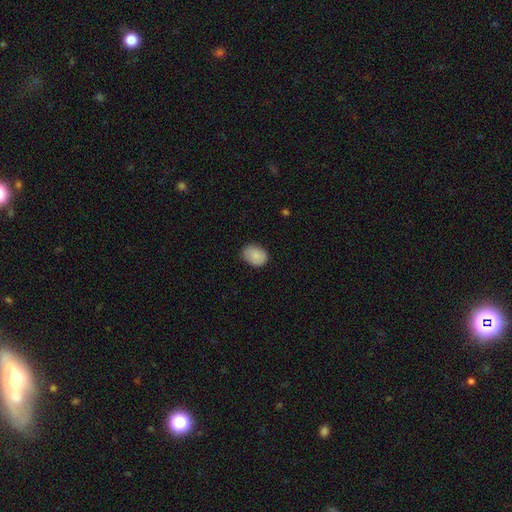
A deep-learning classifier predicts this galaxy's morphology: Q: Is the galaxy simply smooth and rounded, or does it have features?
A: smooth — 86%.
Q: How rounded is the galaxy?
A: in between — 64%.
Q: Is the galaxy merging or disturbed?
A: none — 80%.